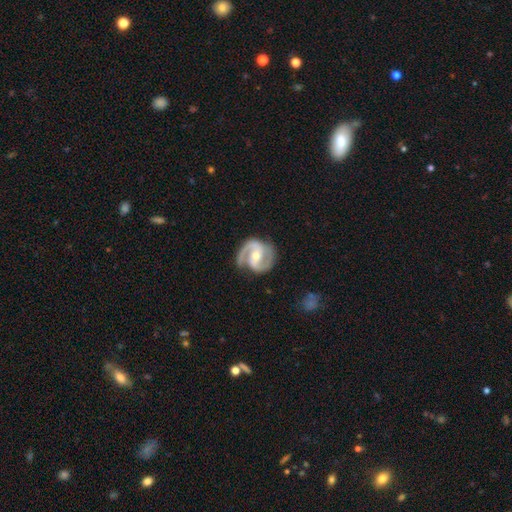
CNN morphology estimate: Q: Smooth or featured?
A: featured or disk (91%); runner-up: smooth (5%)
Q: Edge-on disk?
A: no (98%); runner-up: yes (2%)
Q: Bar?
A: weak (40%); runner-up: strong (34%)
Q: Spiral arms?
A: yes (98%); runner-up: no (2%)
Q: Spiral winding?
A: medium (56%); runner-up: tight (34%)
Q: Spiral arm count?
A: 2 (92%); runner-up: 1 (2%)
Q: Bulge size?
A: moderate (55%); runner-up: small (42%)
Q: Merging?
A: none (79%); runner-up: minor disturbance (14%)